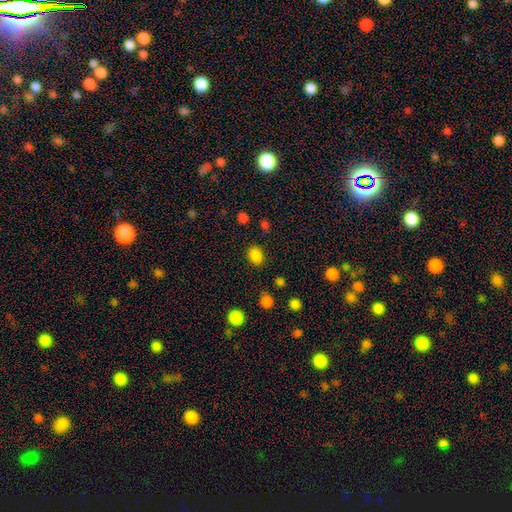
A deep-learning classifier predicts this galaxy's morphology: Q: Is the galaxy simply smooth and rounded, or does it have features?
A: smooth — 84%.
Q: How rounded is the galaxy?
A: in between — 54%.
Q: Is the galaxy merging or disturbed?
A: none — 84%.